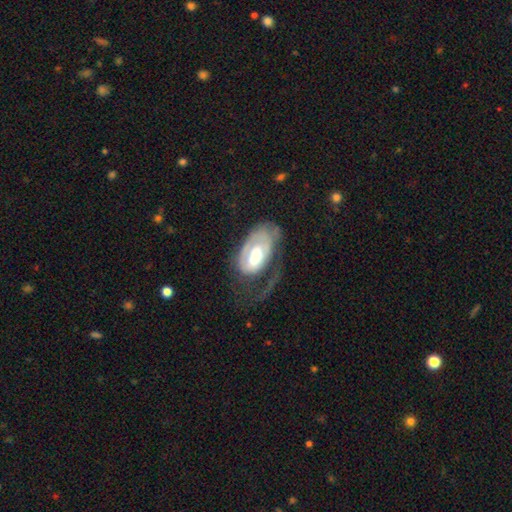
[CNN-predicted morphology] smooth-or-featured: featured or disk: 68% | smooth: 27% | star or artifact: 6%
  disk-edge-on: no: 95% | yes: 5%
    bar: no: 55% | weak: 34% | strong: 11%
    has-spiral-arms: yes: 75% | no: 25%
    bulge-size: moderate: 44% | large: 39% | small: 10% | dominant: 4% | none: 3%
  merging: major disturbance: 45% | none: 30% | minor disturbance: 22% | merger: 2%